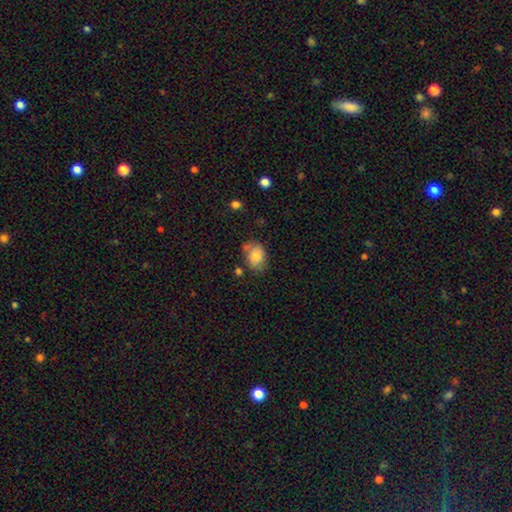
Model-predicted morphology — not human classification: Q: Smooth or featured?
A: smooth (81%); runner-up: featured or disk (11%)
Q: How rounded?
A: in between (71%); runner-up: round (28%)
Q: Merging?
A: none (64%); runner-up: minor disturbance (21%)